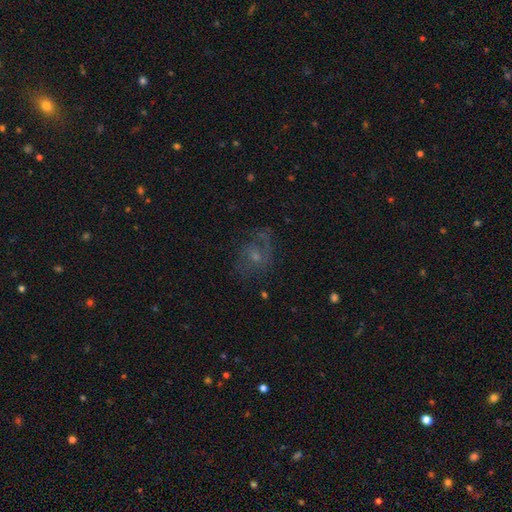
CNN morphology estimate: Smooth or featured?
  - featured or disk: 65% *
  - smooth: 21%
  - star or artifact: 14%
Edge-on disk?
  - no: 97% *
  - yes: 3%
Bar?
  - no: 64% *
  - weak: 32%
  - strong: 5%
Spiral arms?
  - yes: 83% *
  - no: 17%
Spiral winding?
  - medium: 45% *
  - loose: 36%
  - tight: 19%
Spiral arm count?
  - 2: 46% *
  - 1: 32%
  - can't tell: 15%
  - 3: 3%
  - 4: 2%
  - more than 4: 2%
Bulge size?
  - small: 53% *
  - moderate: 35%
  - none: 7%
  - large: 3%
  - dominant: 1%
Merging?
  - none: 58% *
  - major disturbance: 21%
  - minor disturbance: 19%
  - merger: 2%